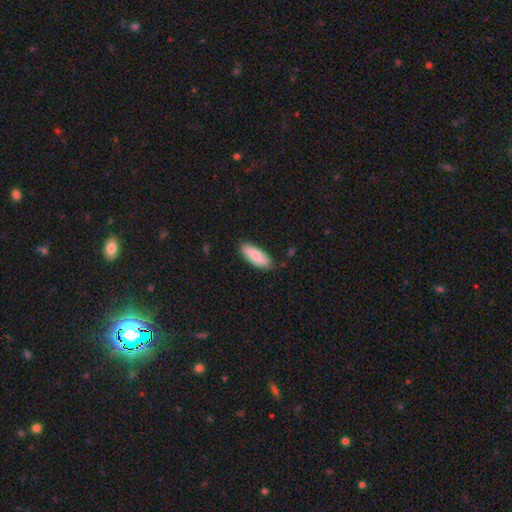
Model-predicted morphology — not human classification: smooth-or-featured: smooth: 83% | featured or disk: 12% | star or artifact: 5%
  how-rounded: in between: 68% | cigar-shaped: 30% | round: 2%
  merging: none: 84% | minor disturbance: 12% | major disturbance: 2% | merger: 1%